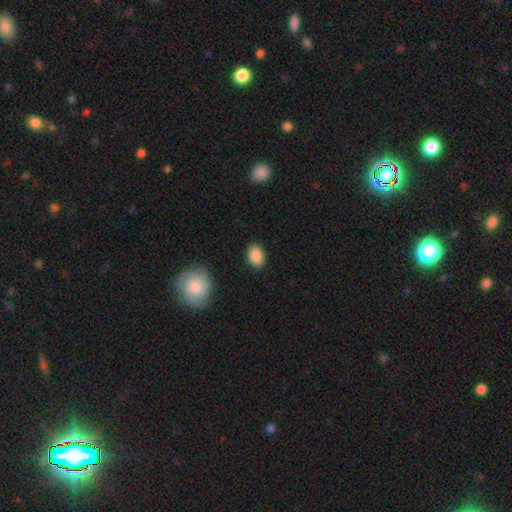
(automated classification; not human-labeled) Overall: smooth (88%). How rounded: in between (83%). Merging: none (86%).